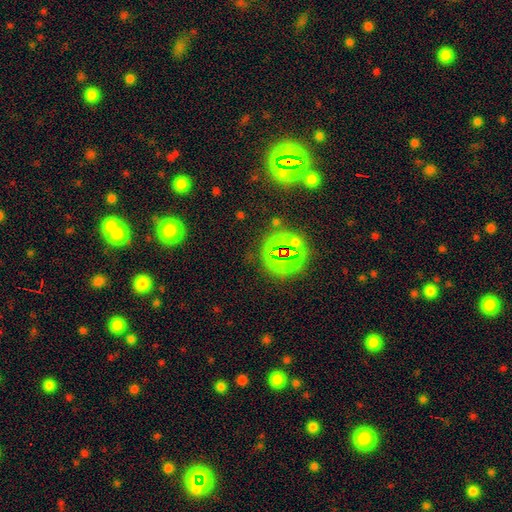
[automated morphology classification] Overall: star or artifact (74%).